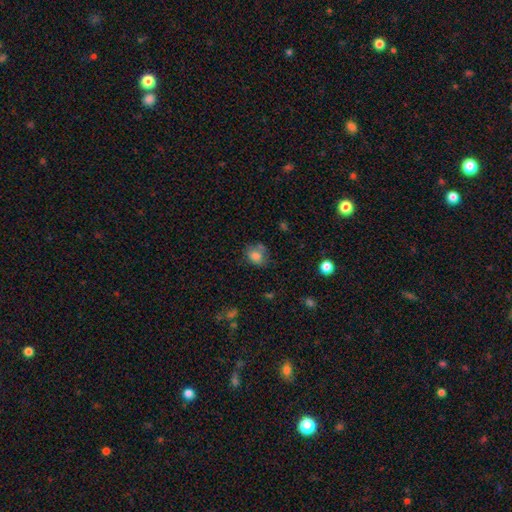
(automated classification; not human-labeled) The model was most divided on "how rounded": in between: 52%, round: 47%, cigar-shaped: 1%. More confident: smooth or featured — smooth (78%); merging — none (54%).